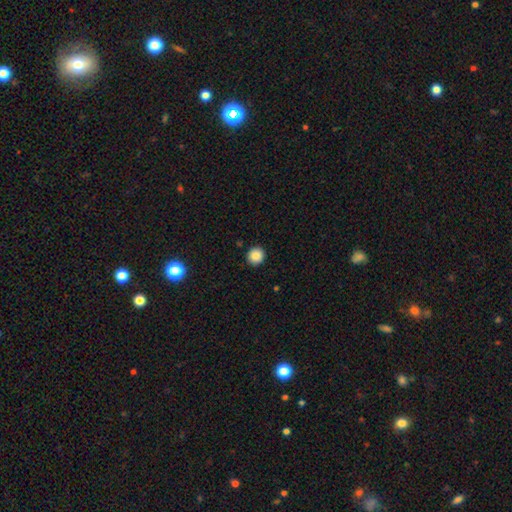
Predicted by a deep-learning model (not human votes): Smooth or featured? Predicted: smooth (p=0.86). How rounded? Predicted: round (p=0.94). Merging? Predicted: none (p=0.92).